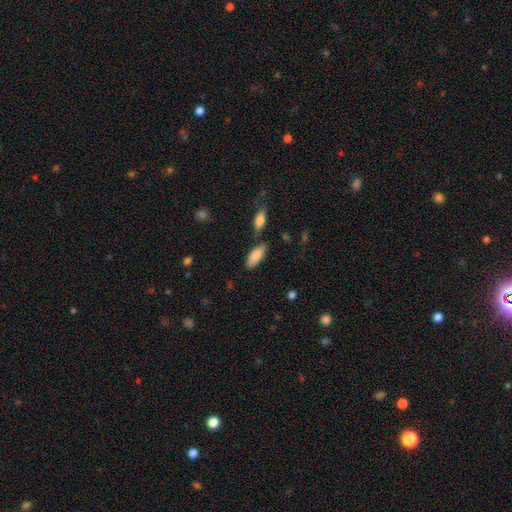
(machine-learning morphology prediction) The model was most divided on "merging": none: 70%, minor disturbance: 15%, merger: 11%, major disturbance: 4%. More confident: smooth or featured — smooth (86%); how rounded — in between (83%).